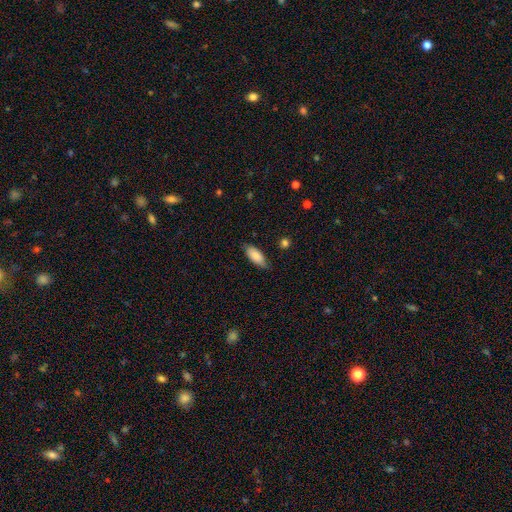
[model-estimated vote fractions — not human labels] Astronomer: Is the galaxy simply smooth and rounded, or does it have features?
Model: smooth — 85%.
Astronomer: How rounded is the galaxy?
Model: in between — 80%.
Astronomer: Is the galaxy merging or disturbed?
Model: none — 78%.